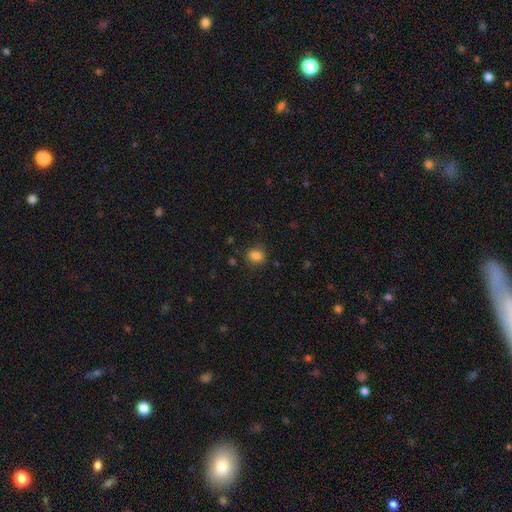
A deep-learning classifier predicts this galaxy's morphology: smooth 84%, star or artifact 11%, featured or disk 5%. Down the decision tree: how rounded — round (67%); merging — none (83%).